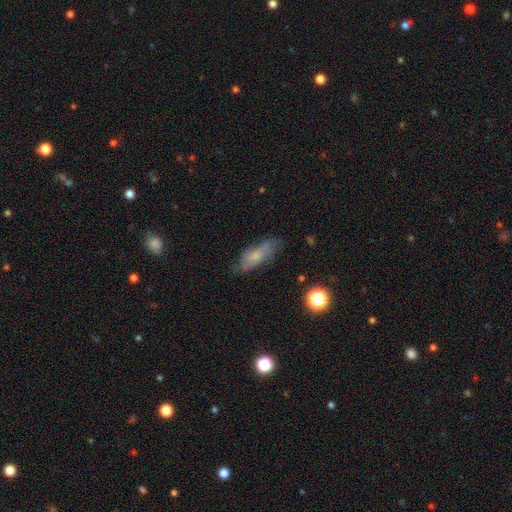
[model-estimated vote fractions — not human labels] A smooth galaxy with no disk features (56%) that is in between round and cigar-shaped (64%). Merging: none (65%).